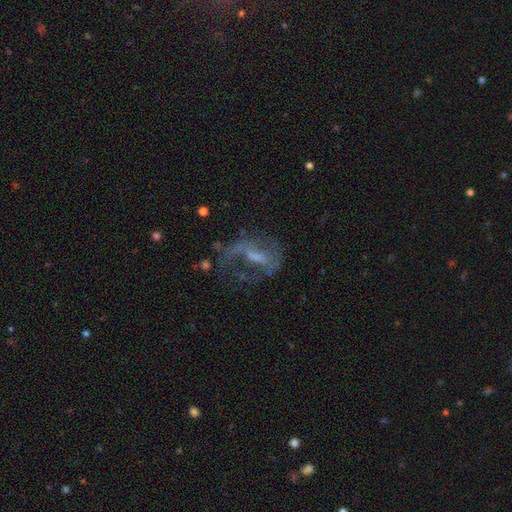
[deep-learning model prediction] Morphology: type=featured or disk (68%); edge-on=no (94%); bar=weak (44%); spiral arms=yes (63%); bulge=small (37%); merging=major disturbance (41%).